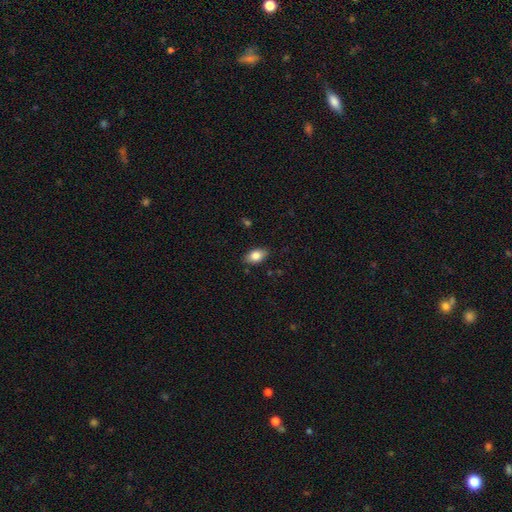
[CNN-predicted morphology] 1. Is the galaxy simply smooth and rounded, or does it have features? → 82% smooth, 10% featured or disk, 8% star or artifact.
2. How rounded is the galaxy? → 89% in between, 8% round, 3% cigar-shaped.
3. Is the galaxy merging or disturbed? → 85% none, 11% minor disturbance, 2% major disturbance, 1% merger.